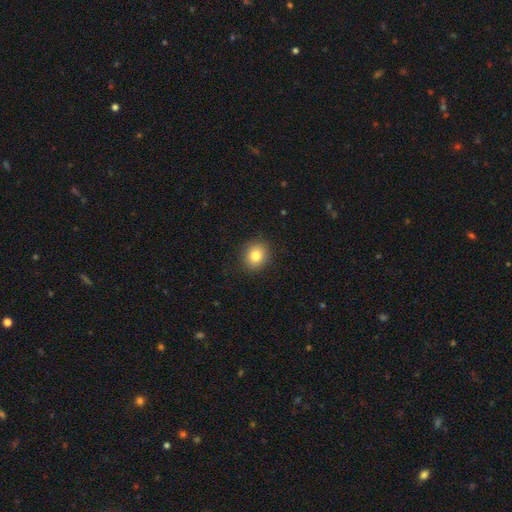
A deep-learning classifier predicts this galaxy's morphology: Smooth or featured?
  - smooth: 82% *
  - star or artifact: 10%
  - featured or disk: 8%
How rounded?
  - round: 69% *
  - in between: 30%
  - cigar-shaped: 1%
Merging?
  - none: 89% *
  - minor disturbance: 8%
  - major disturbance: 2%
  - merger: 1%